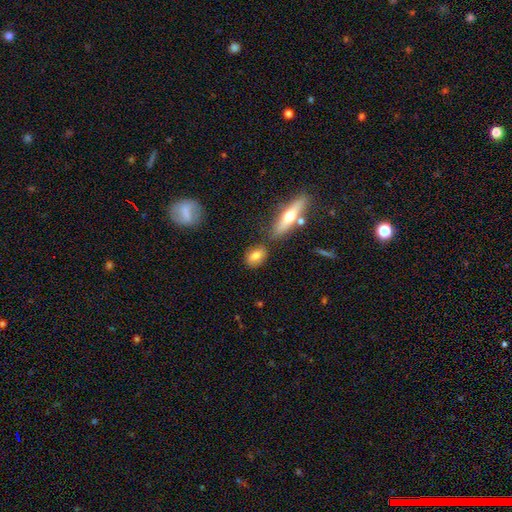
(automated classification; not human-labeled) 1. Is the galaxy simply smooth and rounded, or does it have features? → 73% smooth, 19% featured or disk, 8% star or artifact.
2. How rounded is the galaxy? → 75% in between, 16% round, 9% cigar-shaped.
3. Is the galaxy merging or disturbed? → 71% none, 14% minor disturbance, 11% merger, 4% major disturbance.